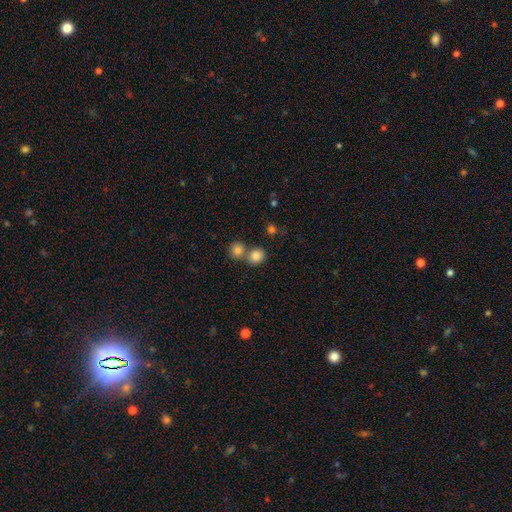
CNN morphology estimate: Smooth or featured?
  - smooth: 82% *
  - star or artifact: 11%
  - featured or disk: 7%
How rounded?
  - round: 78% *
  - in between: 21%
  - cigar-shaped: 1%
Merging?
  - none: 51% *
  - merger: 40%
  - minor disturbance: 7%
  - major disturbance: 3%